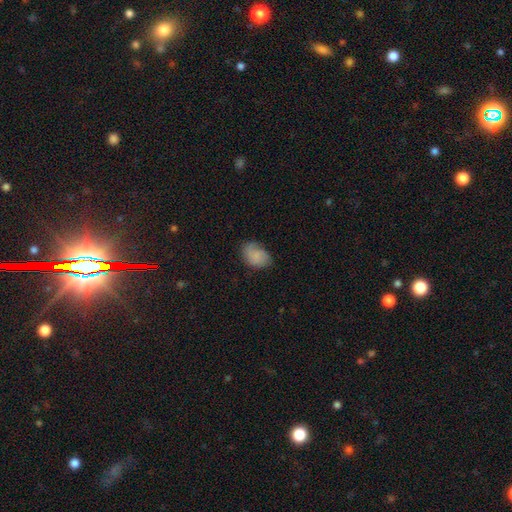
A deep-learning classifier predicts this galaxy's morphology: smooth 71%, featured or disk 20%, star or artifact 9%. Down the decision tree: how rounded — in between (79%); merging — none (63%).